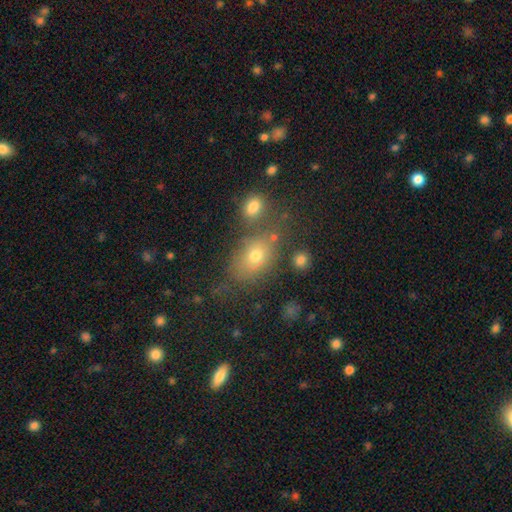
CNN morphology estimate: A smooth galaxy with no disk features (70%) that is in between round and cigar-shaped (73%). Merging: none (60%).